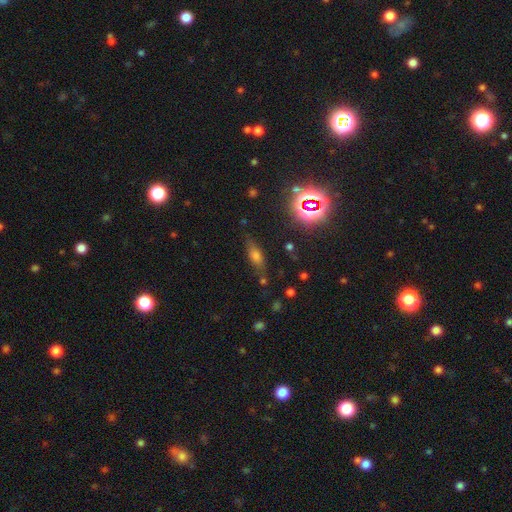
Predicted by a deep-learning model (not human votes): smooth 52%, featured or disk 28%, star or artifact 20%. Down the decision tree: how rounded — in between (61%); merging — none (72%).